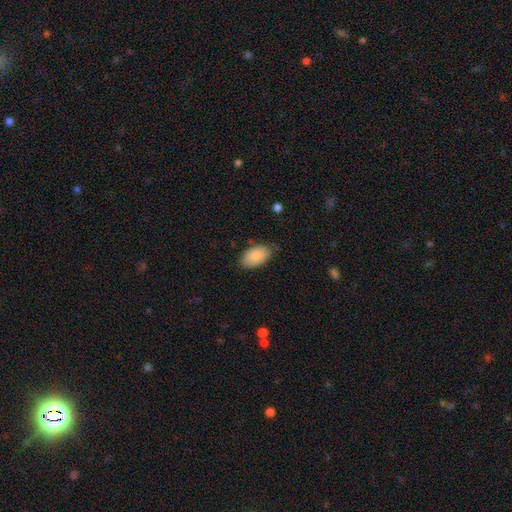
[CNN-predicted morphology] Q: Smooth or featured?
A: smooth (87%); runner-up: featured or disk (7%)
Q: How rounded?
A: in between (94%); runner-up: round (5%)
Q: Merging?
A: none (75%); runner-up: minor disturbance (20%)